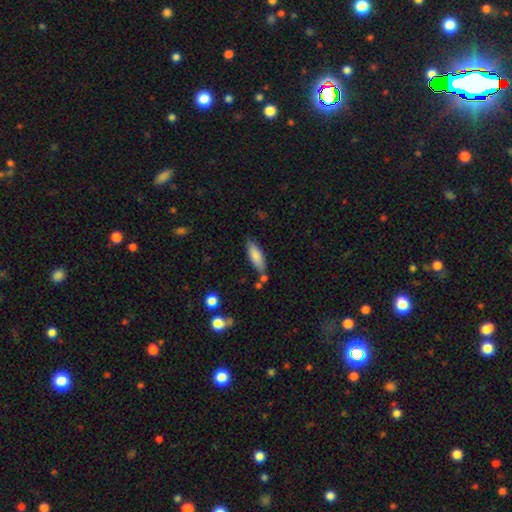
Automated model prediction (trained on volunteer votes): Morphology: type=smooth (83%); roundness=in between (58%); merging=none (71%).